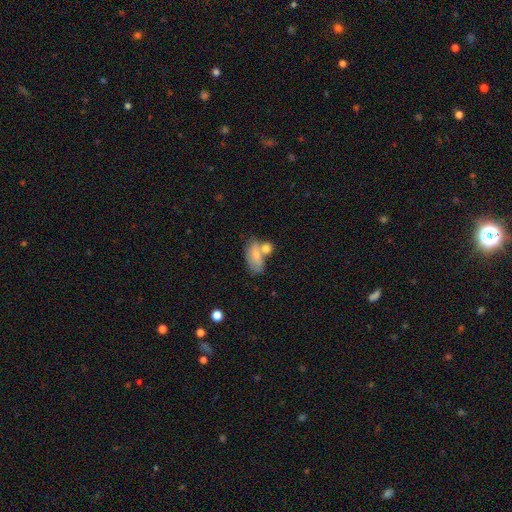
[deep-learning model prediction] Morphology: type=smooth (71%); roundness=in between (87%); merging=merger (44%).